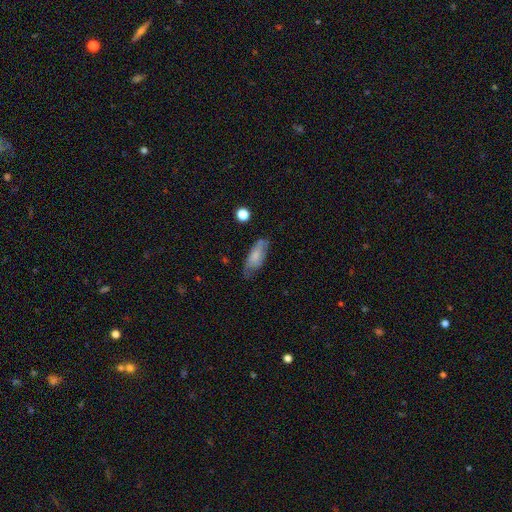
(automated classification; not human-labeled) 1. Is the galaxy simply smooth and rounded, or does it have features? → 67% smooth, 25% featured or disk, 7% star or artifact.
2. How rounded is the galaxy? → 76% in between, 21% cigar-shaped, 2% round.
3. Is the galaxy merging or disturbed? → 60% none, 28% minor disturbance, 9% major disturbance, 3% merger.